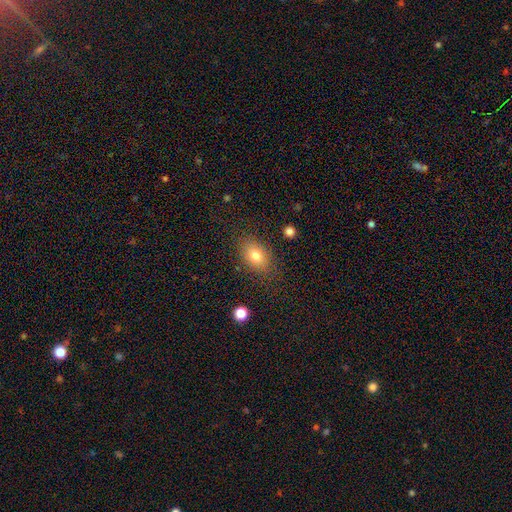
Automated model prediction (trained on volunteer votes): smooth 79%, featured or disk 12%, star or artifact 10%. Down the decision tree: how rounded — in between (80%); merging — none (80%).